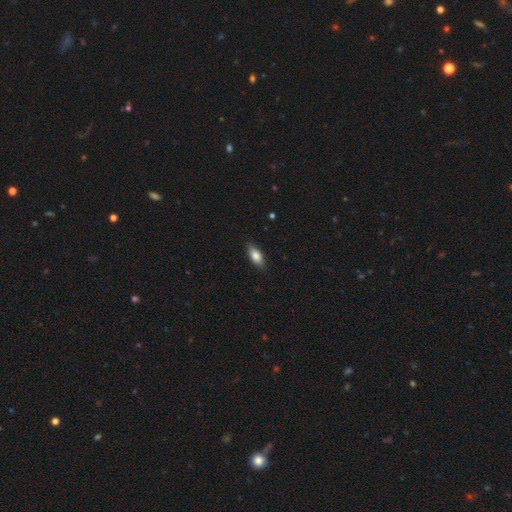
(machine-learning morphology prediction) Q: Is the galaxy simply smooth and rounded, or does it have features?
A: smooth — 80%.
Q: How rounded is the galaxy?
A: in between — 83%.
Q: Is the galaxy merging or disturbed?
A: none — 85%.